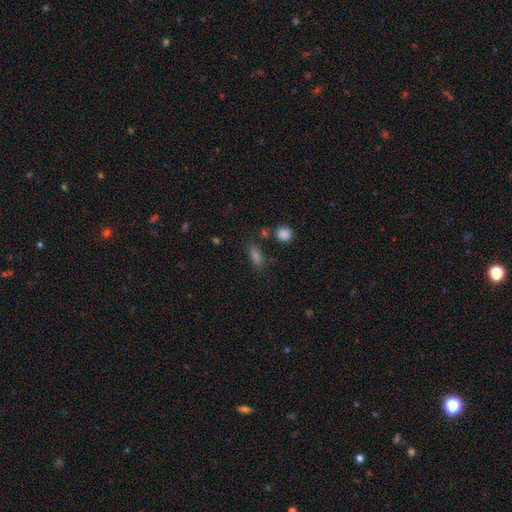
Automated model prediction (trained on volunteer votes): Smooth or featured: smooth — 71% (star or artifact — 20%)
How rounded: in between — 71% (cigar-shaped — 18%)
Merging: none — 74% (minor disturbance — 13%)